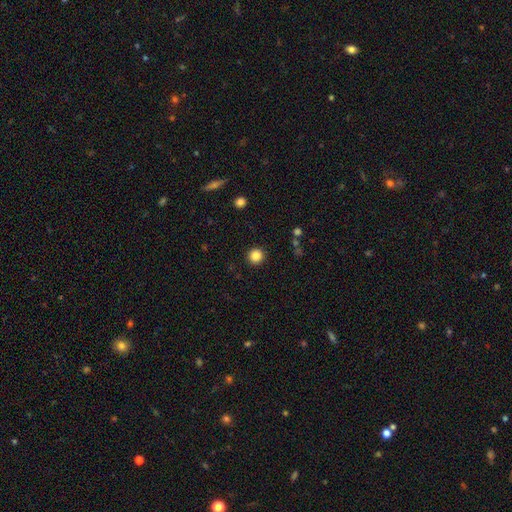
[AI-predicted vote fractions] Smooth or featured?
  - smooth: 86% *
  - star or artifact: 11%
  - featured or disk: 4%
How rounded?
  - round: 95% *
  - in between: 4%
  - cigar-shaped: 1%
Merging?
  - none: 92% *
  - minor disturbance: 5%
  - major disturbance: 2%
  - merger: 1%